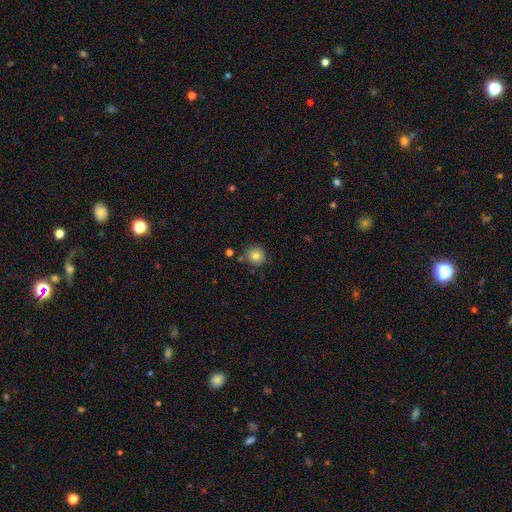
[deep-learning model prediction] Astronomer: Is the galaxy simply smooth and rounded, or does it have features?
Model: smooth — 81%.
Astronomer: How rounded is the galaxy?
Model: round — 89%.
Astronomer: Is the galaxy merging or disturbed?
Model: none — 81%.